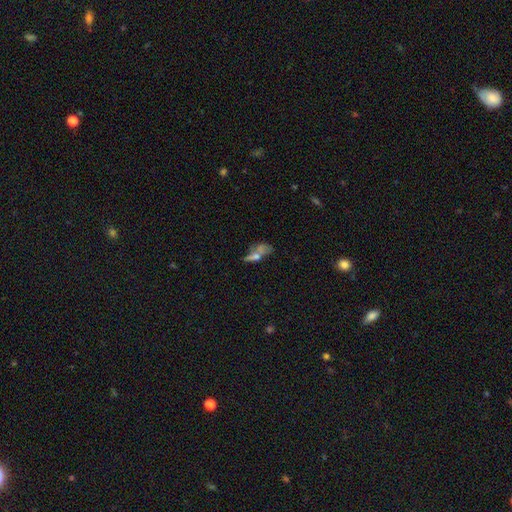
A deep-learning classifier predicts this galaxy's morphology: smooth 45%, featured or disk 38%, star or artifact 17%. Down the decision tree: merging — merger (35%).